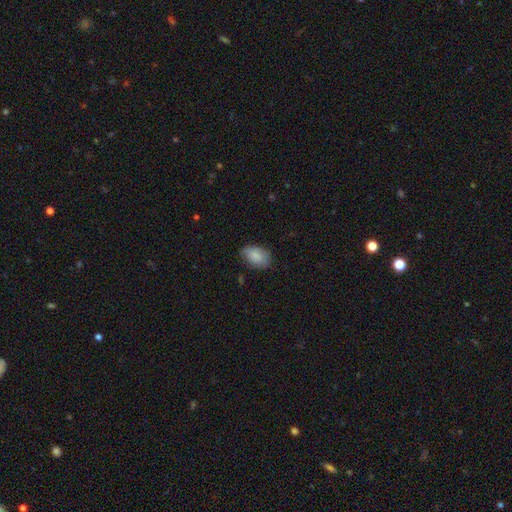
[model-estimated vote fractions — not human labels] Overall: smooth (85%). How rounded: in between (89%). Merging: none (72%).